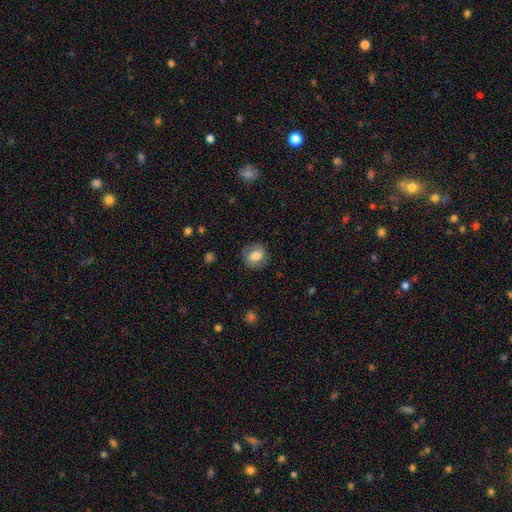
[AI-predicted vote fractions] smooth-or-featured: smooth: 68% | featured or disk: 24% | star or artifact: 8%
  how-rounded: round: 68% | in between: 31% | cigar-shaped: 1%
  merging: none: 81% | minor disturbance: 13% | major disturbance: 5% | merger: 1%